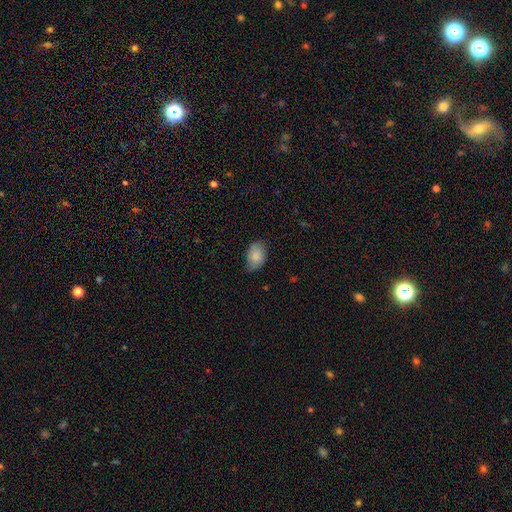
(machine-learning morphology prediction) type=smooth (84%); roundness=in between (86%); merging=none (68%).